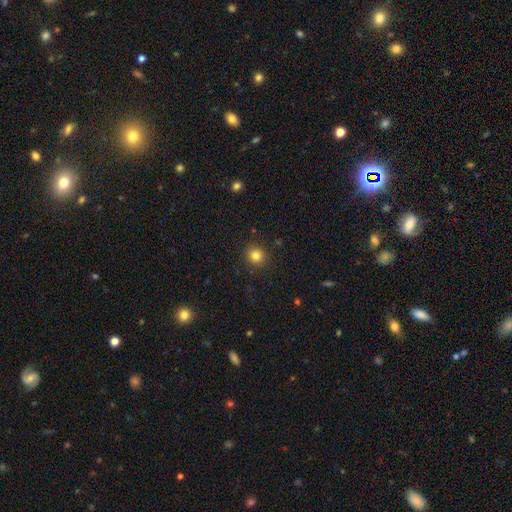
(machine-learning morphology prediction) Q: Smooth or featured?
A: smooth (82%); runner-up: star or artifact (12%)
Q: How rounded?
A: round (92%); runner-up: in between (7%)
Q: Merging?
A: none (90%); runner-up: minor disturbance (6%)